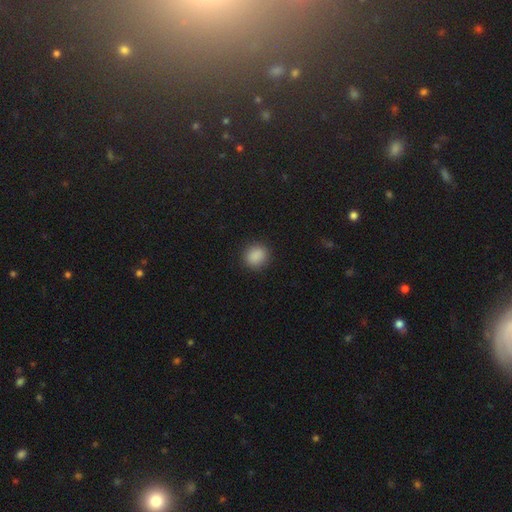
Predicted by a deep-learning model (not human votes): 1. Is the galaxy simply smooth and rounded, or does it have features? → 88% smooth, 10% star or artifact, 3% featured or disk.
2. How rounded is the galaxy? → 75% round, 23% in between, 1% cigar-shaped.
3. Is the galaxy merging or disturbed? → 89% none, 8% minor disturbance, 2% major disturbance, 1% merger.